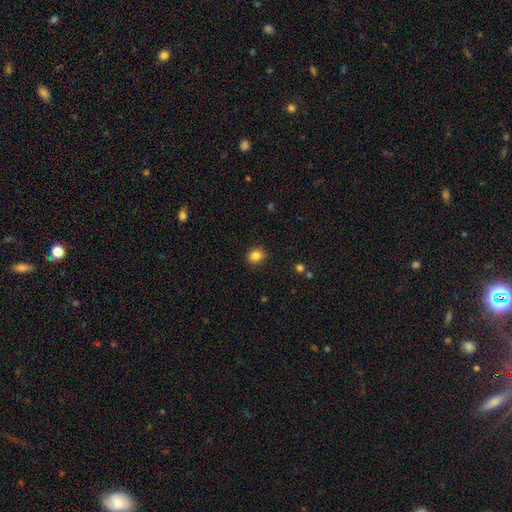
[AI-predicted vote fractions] Smooth or featured? Predicted: smooth (p=0.85). How rounded? Predicted: round (p=0.68). Merging? Predicted: none (p=0.89).